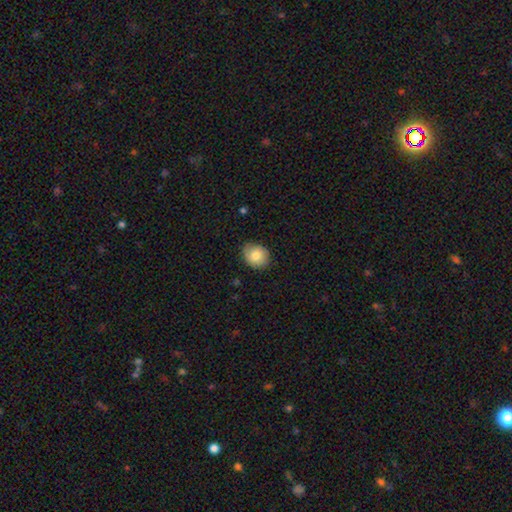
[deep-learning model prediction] smooth_or_featured: smooth (p=0.80) [alt: featured or disk p=0.12]
how_rounded: round (p=0.61) [alt: in between p=0.38]
merging: none (p=0.78) [alt: minor disturbance p=0.18]